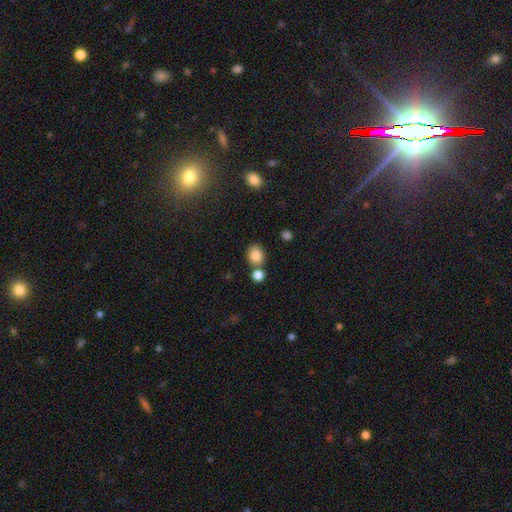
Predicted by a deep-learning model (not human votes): Smooth or featured?
  - smooth: 84% *
  - star or artifact: 10%
  - featured or disk: 6%
How rounded?
  - round: 60% *
  - in between: 39%
  - cigar-shaped: 1%
Merging?
  - none: 64% *
  - merger: 21%
  - minor disturbance: 11%
  - major disturbance: 4%